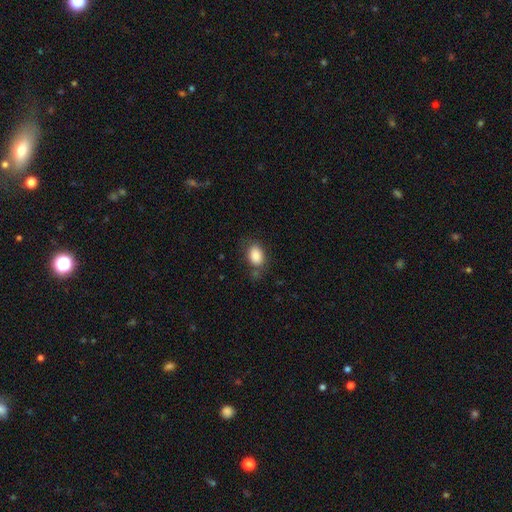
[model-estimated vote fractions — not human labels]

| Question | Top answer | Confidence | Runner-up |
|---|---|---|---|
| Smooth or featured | smooth | 87% | star or artifact (8%) |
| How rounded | in between | 80% | round (19%) |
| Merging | none | 70% | minor disturbance (20%) |